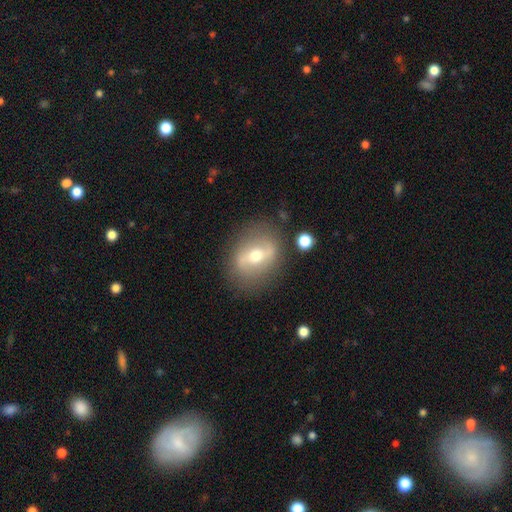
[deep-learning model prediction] Overall: featured or disk (63%; smooth 29%). Edge-on disk: no (86%). Bar: strong (52%; weak 32%). Spiral arms: no (62%; yes 38%). Bulge size: moderate (71%). Merging: none (80%).